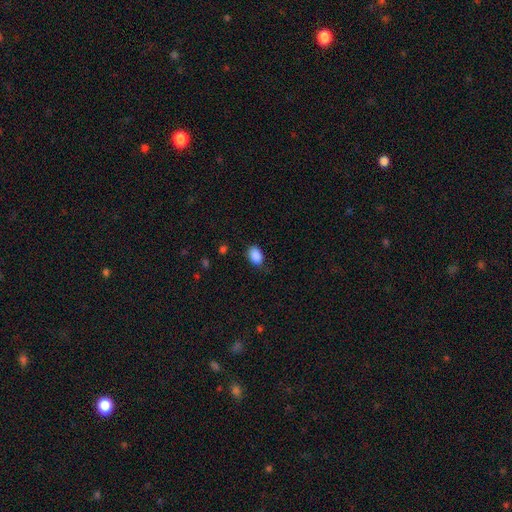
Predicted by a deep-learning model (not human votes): Overall: smooth (89%). How rounded: in between (85%). Merging: none (77%).